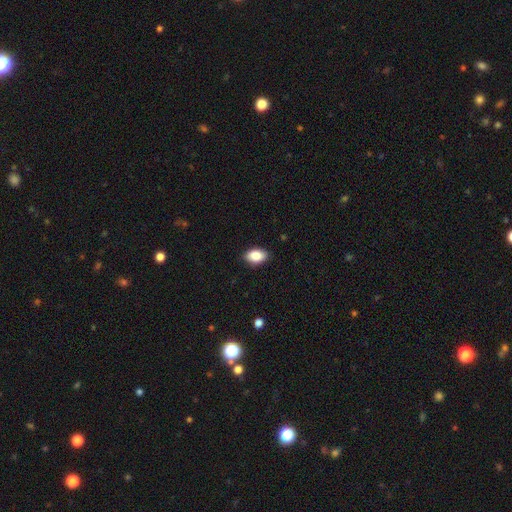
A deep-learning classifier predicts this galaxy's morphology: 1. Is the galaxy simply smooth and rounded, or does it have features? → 87% smooth, 7% star or artifact, 6% featured or disk.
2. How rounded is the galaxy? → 90% in between, 8% round, 2% cigar-shaped.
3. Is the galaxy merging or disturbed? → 88% none, 9% minor disturbance, 2% major disturbance, 1% merger.